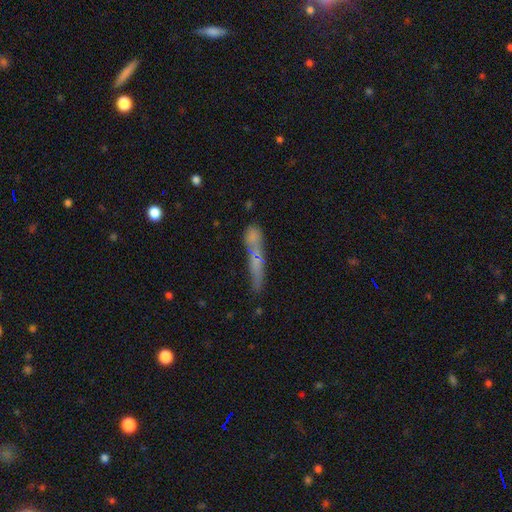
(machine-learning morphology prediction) A featured or disk galaxy (41%). Merging: none (61%).